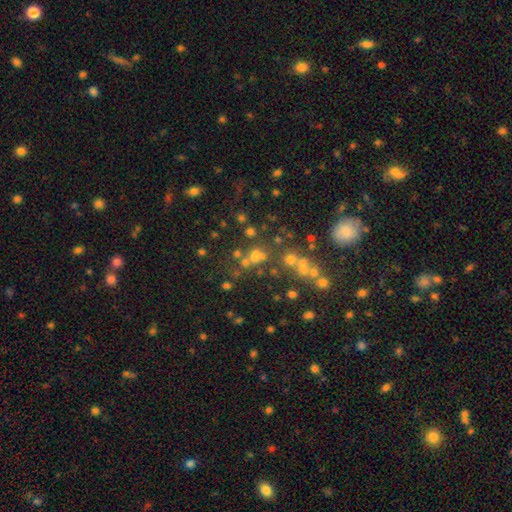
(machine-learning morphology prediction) type=smooth (43%); merging=none (59%).